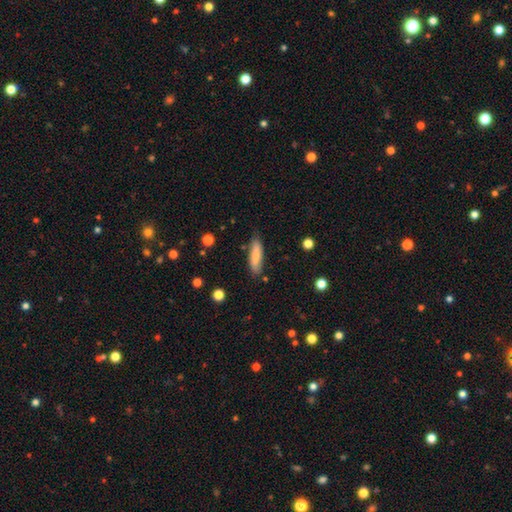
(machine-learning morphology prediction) Overall: smooth (78%). How rounded: cigar-shaped (66%; in between 32%). Merging: none (79%).